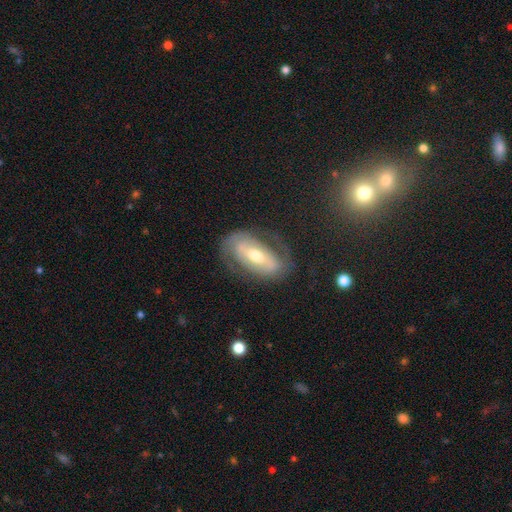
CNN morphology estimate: Smooth or featured? Predicted: featured or disk (p=0.68). Edge-on disk? Predicted: no (p=0.90). Bar? Predicted: strong (p=0.40). Spiral arms? Predicted: yes (p=0.64). Bulge size? Predicted: moderate (p=0.67). Merging? Predicted: none (p=0.68).